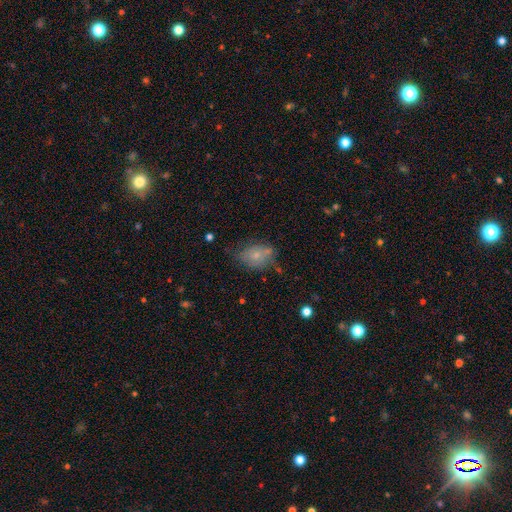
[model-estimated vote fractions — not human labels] Morphology: type=smooth (68%); roundness=in between (74%); merging=none (49%).